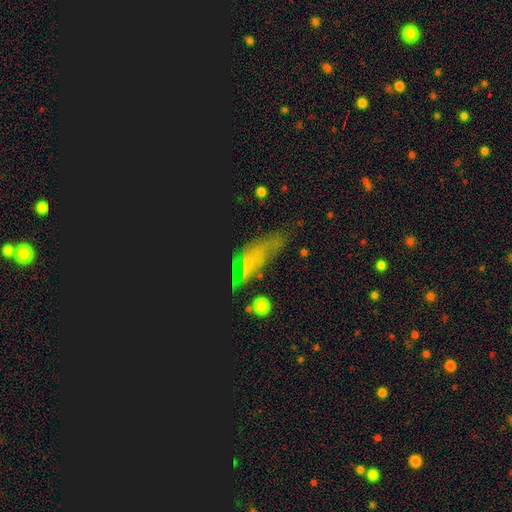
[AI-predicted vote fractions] Smooth or featured? Predicted: smooth (p=0.42). Merging? Predicted: none (p=0.66).